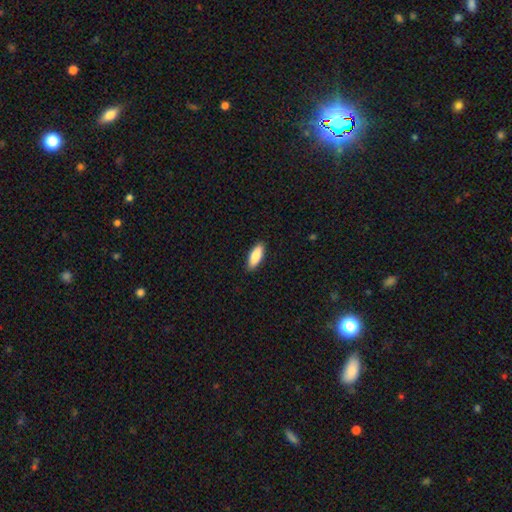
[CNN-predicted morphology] A smooth galaxy with no disk features (85%) that is in between round and cigar-shaped (66%).

Vote fractions:
- Smooth or featured? smooth: 85% / featured or disk: 10% / star or artifact: 6%
- How rounded? in between: 66% / cigar-shaped: 33% / round: 2%
- Merging? none: 89% / minor disturbance: 8% / major disturbance: 2% / merger: 1%